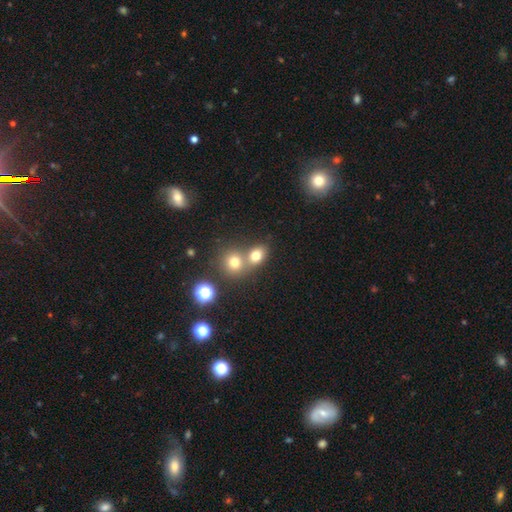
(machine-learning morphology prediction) smooth-or-featured: smooth: 74% | star or artifact: 16% | featured or disk: 11%
  how-rounded: round: 53% | in between: 46% | cigar-shaped: 1%
  merging: none: 46% | merger: 42% | minor disturbance: 8% | major disturbance: 3%